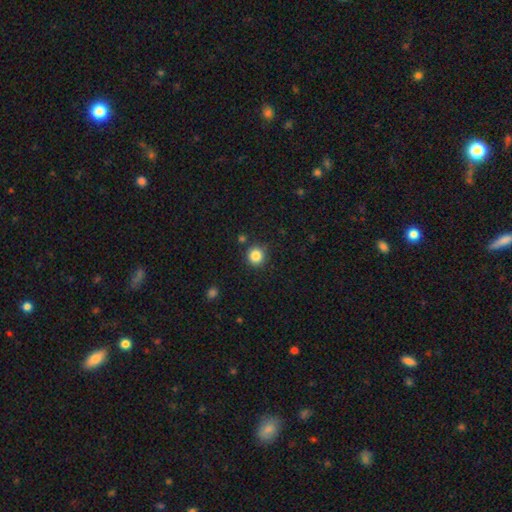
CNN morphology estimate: Smooth or featured: smooth — 85% (star or artifact — 11%)
How rounded: round — 93% (in between — 6%)
Merging: none — 86% (minor disturbance — 8%)